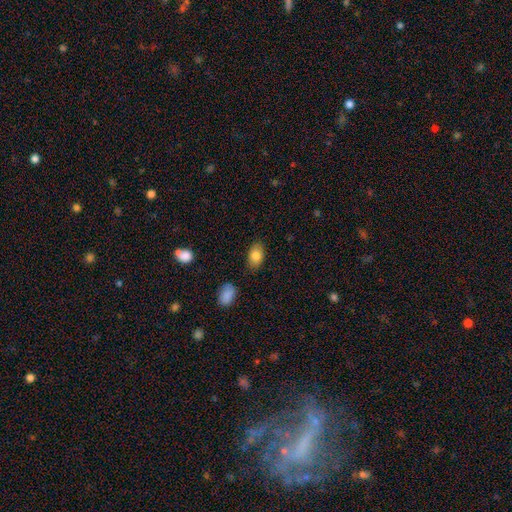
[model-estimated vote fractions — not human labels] A smooth galaxy with no disk features (83%) that is in between round and cigar-shaped (90%).

Vote fractions:
- Smooth or featured? smooth: 83% / featured or disk: 10% / star or artifact: 8%
- How rounded? in between: 90% / round: 8% / cigar-shaped: 2%
- Merging? none: 84% / minor disturbance: 11% / major disturbance: 3% / merger: 2%